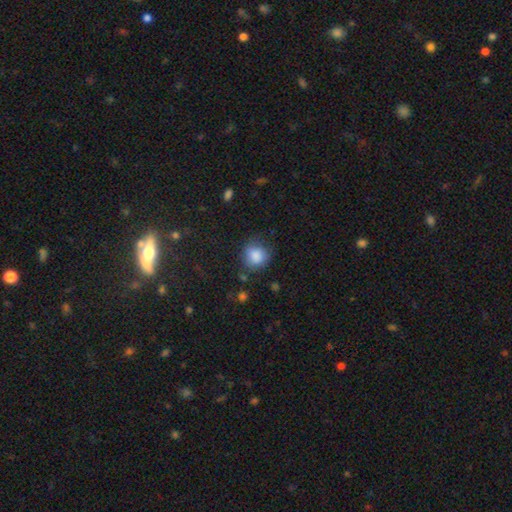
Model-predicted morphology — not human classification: Overall: smooth (86%). How rounded: round (80%). Merging: none (70%).